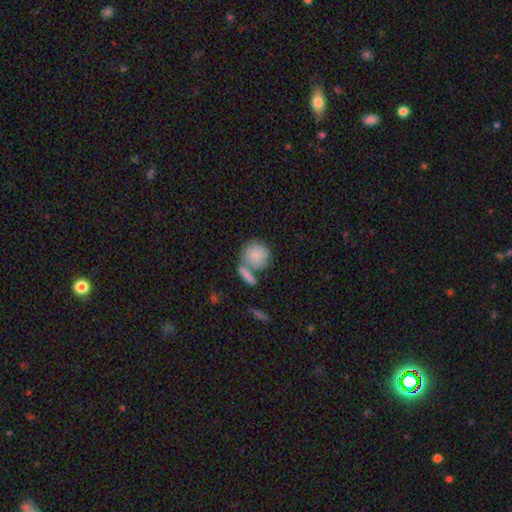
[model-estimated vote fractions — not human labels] This is clearly a smooth galaxy (82%). How rounded: clearly round (81%). Merging: possibly none (48%).